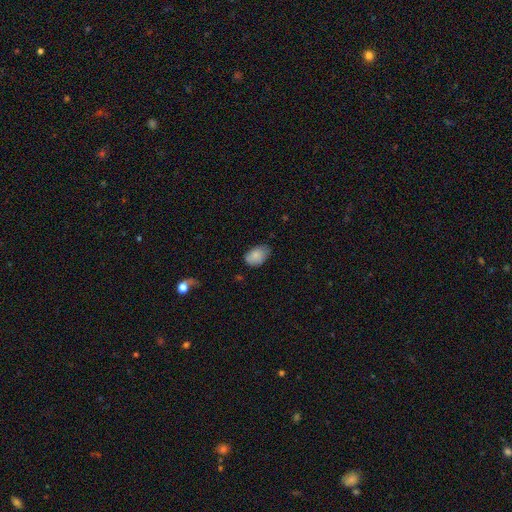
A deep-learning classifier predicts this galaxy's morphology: A smooth galaxy with no disk features (84%) that is in between round and cigar-shaped (86%). Merging: none (61%).